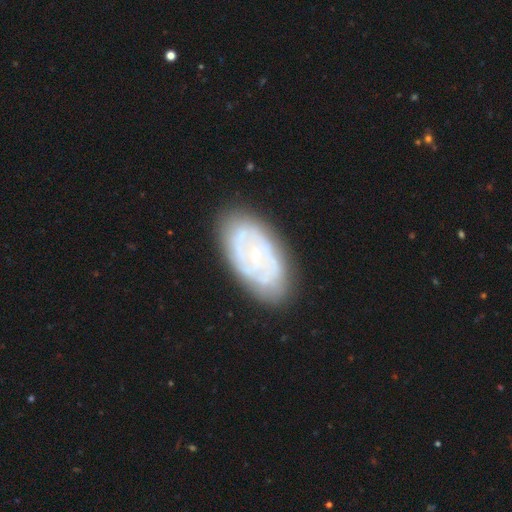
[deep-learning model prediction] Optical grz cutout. It shows a featured or disk galaxy (72%) with no bar (67%), spiral arms (66%) and a small central bulge (73%). Merging: none (72%).